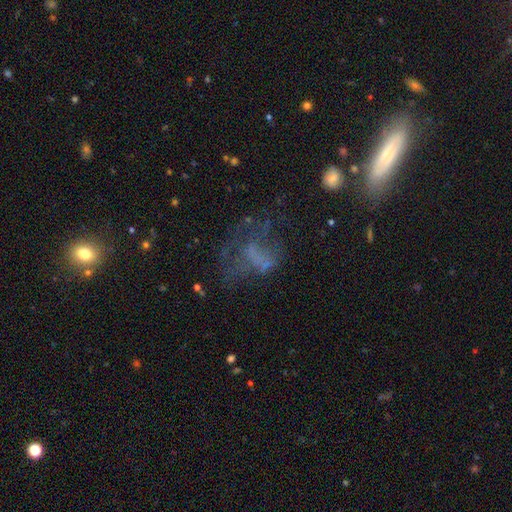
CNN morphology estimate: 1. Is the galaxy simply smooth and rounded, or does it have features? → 45% featured or disk, 29% smooth, 26% star or artifact.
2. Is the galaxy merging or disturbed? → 43% major disturbance, 35% none, 16% minor disturbance, 7% merger.